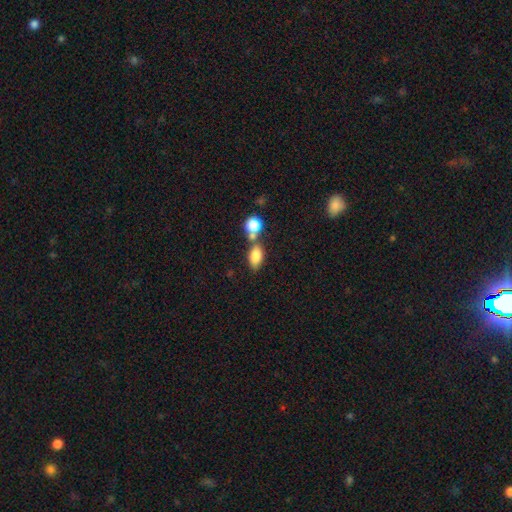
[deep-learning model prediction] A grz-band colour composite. It shows a smooth galaxy with no disk features (81%) that is in between round and cigar-shaped (85%). Merging: none (53%).